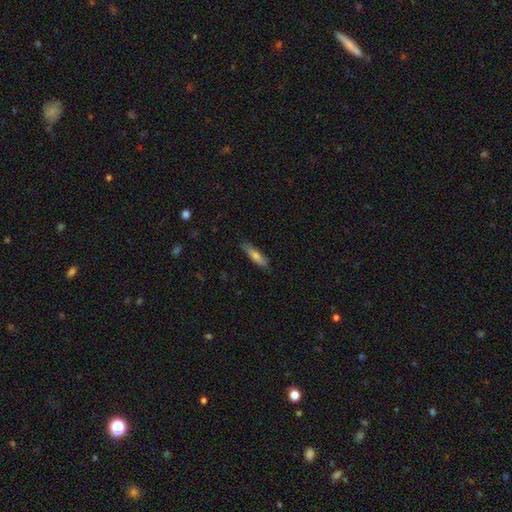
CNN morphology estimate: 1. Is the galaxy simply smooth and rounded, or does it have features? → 70% smooth, 23% featured or disk, 7% star or artifact.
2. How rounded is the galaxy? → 76% cigar-shaped, 22% in between, 2% round.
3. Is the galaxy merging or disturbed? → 83% none, 13% minor disturbance, 2% major disturbance, 1% merger.